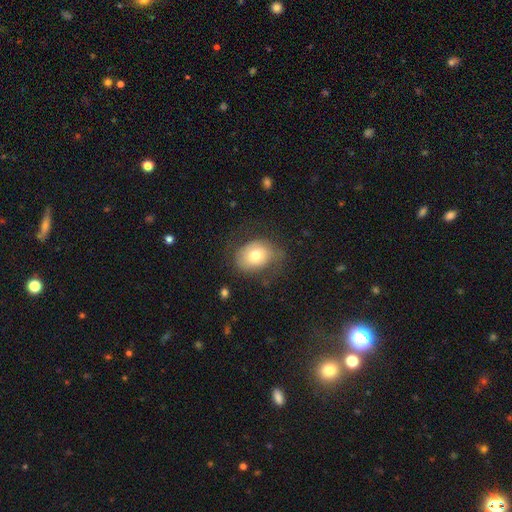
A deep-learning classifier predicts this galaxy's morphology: Smooth or featured?
  - smooth: 70% *
  - featured or disk: 21%
  - star or artifact: 9%
How rounded?
  - in between: 65% *
  - round: 34%
  - cigar-shaped: 1%
Merging?
  - none: 57% *
  - minor disturbance: 26%
  - major disturbance: 16%
  - merger: 2%